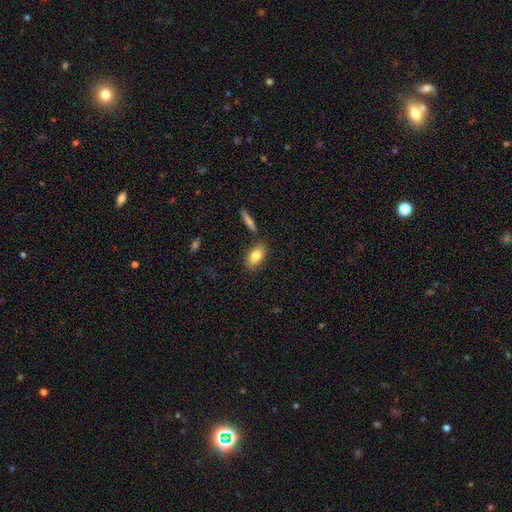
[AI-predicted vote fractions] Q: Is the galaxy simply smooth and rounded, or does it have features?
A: smooth — 80%.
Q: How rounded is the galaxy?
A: in between — 88%.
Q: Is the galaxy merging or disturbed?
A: none — 80%.